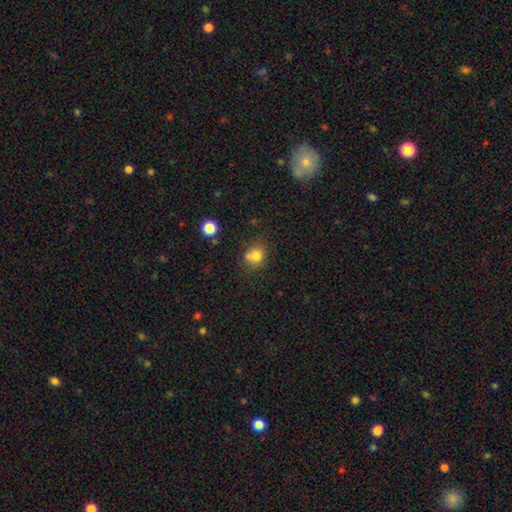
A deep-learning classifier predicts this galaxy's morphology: A smooth galaxy with no disk features (76%) that is round (76%).

Vote fractions:
- Smooth or featured? smooth: 76% / star or artifact: 13% / featured or disk: 12%
- How rounded? round: 76% / in between: 23% / cigar-shaped: 1%
- Merging? none: 52% / merger: 30% / minor disturbance: 13% / major disturbance: 5%